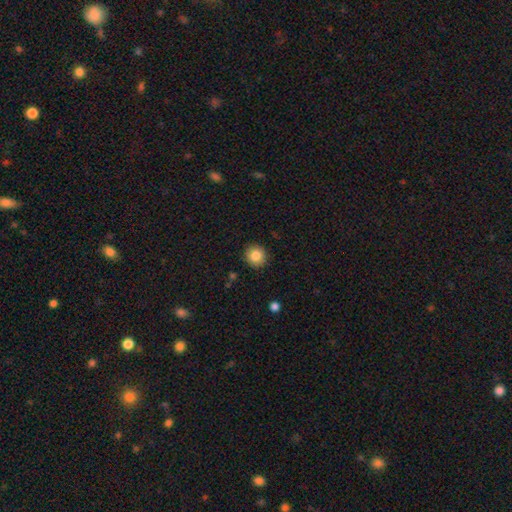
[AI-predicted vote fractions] A smooth galaxy with no disk features (84%) that is round (92%). Merging: none (91%).